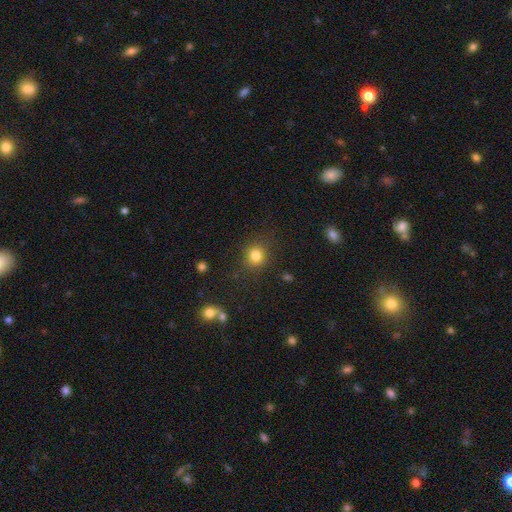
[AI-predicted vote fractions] Overall: smooth (82%). How rounded: round (85%). Merging: none (86%).